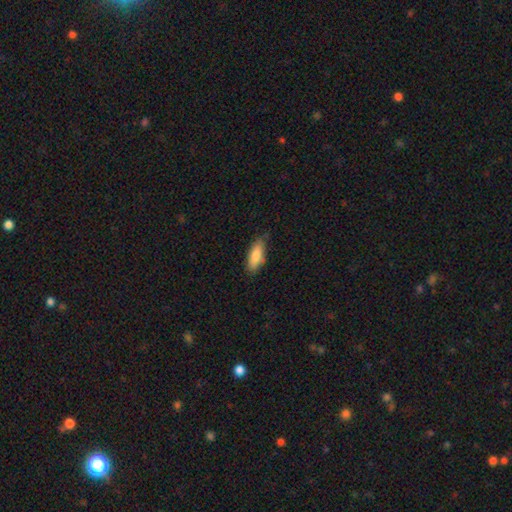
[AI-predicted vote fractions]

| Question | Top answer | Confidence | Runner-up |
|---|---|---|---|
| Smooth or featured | smooth | 82% | featured or disk (12%) |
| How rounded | in between | 67% | cigar-shaped (31%) |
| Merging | none | 76% | minor disturbance (20%) |